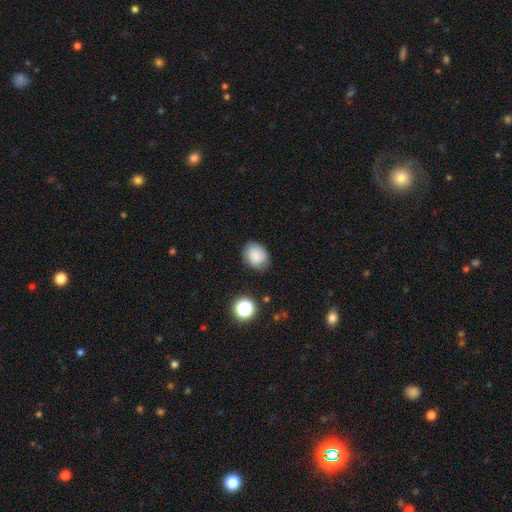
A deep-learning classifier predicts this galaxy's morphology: smooth-or-featured: smooth: 78% | featured or disk: 11% | star or artifact: 10%
  how-rounded: in between: 50% | round: 49% | cigar-shaped: 1%
  merging: none: 75% | minor disturbance: 18% | major disturbance: 4% | merger: 2%